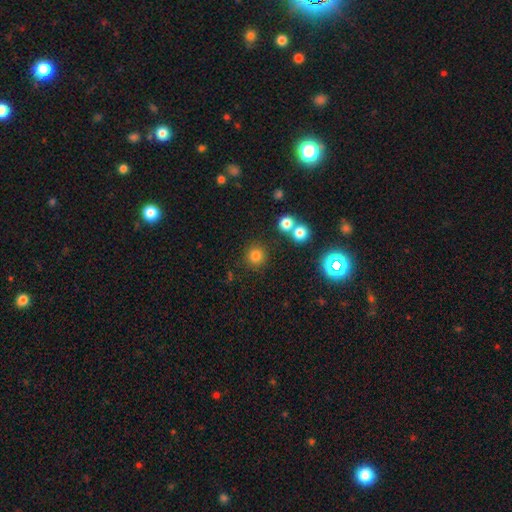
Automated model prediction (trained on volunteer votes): This appears to be a smooth galaxy with no disk features (78%) that is round (93%). Merging: none (83%).